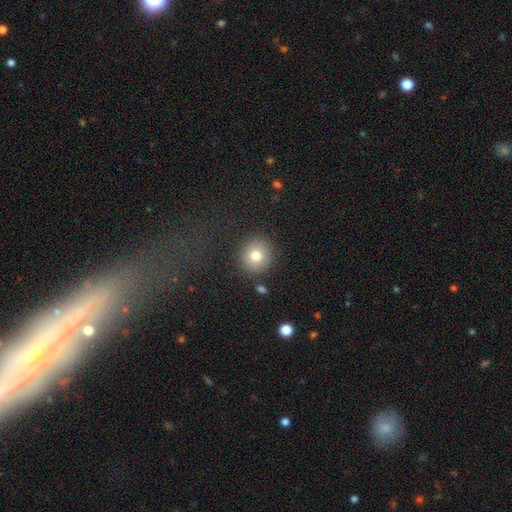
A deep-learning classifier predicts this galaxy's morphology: This is likely a smooth galaxy (78%). How rounded: clearly round (89%). Merging: clearly none (87%).